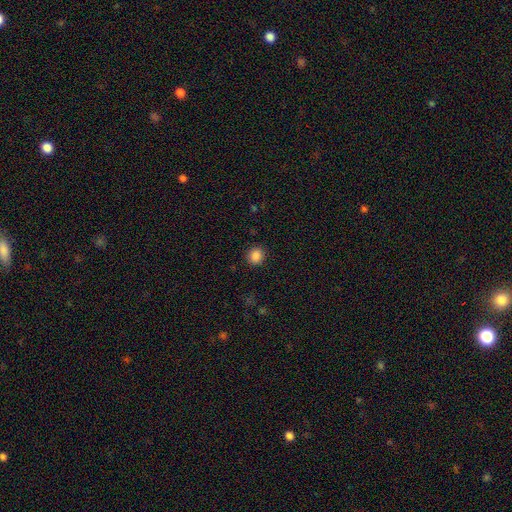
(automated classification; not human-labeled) smooth 86%, star or artifact 11%, featured or disk 3%. Down the decision tree: how rounded — round (86%); merging — none (90%).